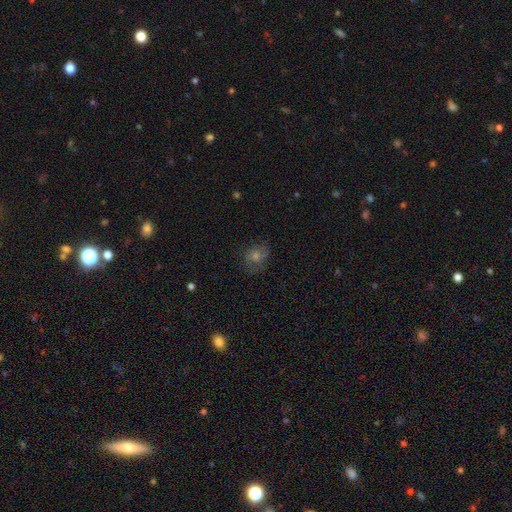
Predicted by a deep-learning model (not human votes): Smooth or featured? smooth (49%)
Merging? none (72%)